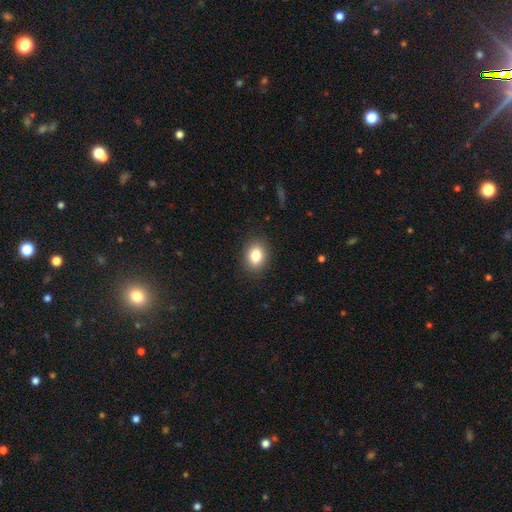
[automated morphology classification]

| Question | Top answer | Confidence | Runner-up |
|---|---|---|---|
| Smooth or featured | smooth | 84% | star or artifact (9%) |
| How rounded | in between | 67% | round (32%) |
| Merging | none | 88% | minor disturbance (9%) |